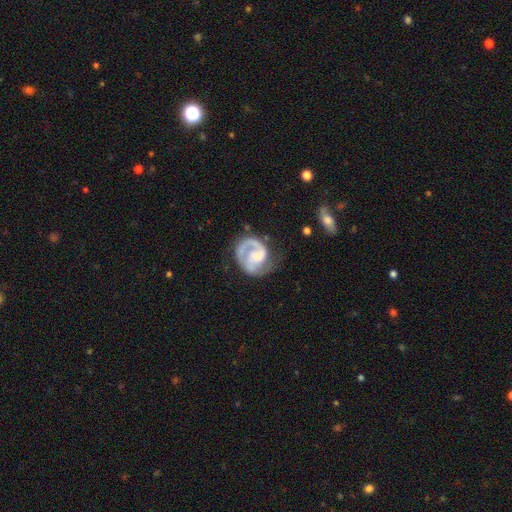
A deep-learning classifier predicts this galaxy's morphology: A featured or disk galaxy (80%) with no bar (60%), 1 (46%) medium (41%) spiral arms (92%) and a small central bulge (37%).

Vote fractions:
- Smooth or featured? featured or disk: 80% / smooth: 14% / star or artifact: 5%
- Edge-on disk? no: 98% / yes: 2%
- Bar? no: 60% / weak: 33% / strong: 8%
- Spiral arms? yes: 92% / no: 8%
- Spiral winding? medium: 41% / tight: 40% / loose: 18%
- Spiral arm count? 1: 46% / 2: 42% / can't tell: 7% / 3: 3% / 4: 1% / more than 4: 1%
- Bulge size? small: 37% / moderate: 28% / none: 24% / large: 9% / dominant: 2%
- Merging? none: 55% / major disturbance: 21% / minor disturbance: 21% / merger: 3%